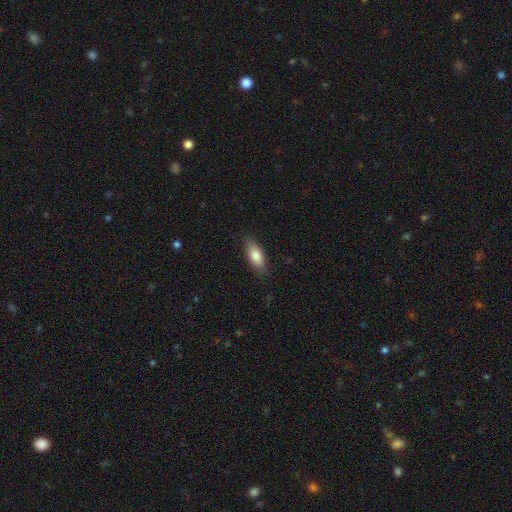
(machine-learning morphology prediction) A smooth galaxy with no disk features (80%) that is in between round and cigar-shaped (75%).

Vote fractions:
- Smooth or featured? smooth: 80% / featured or disk: 13% / star or artifact: 6%
- How rounded? in between: 75% / cigar-shaped: 22% / round: 3%
- Merging? none: 84% / minor disturbance: 12% / major disturbance: 3% / merger: 1%